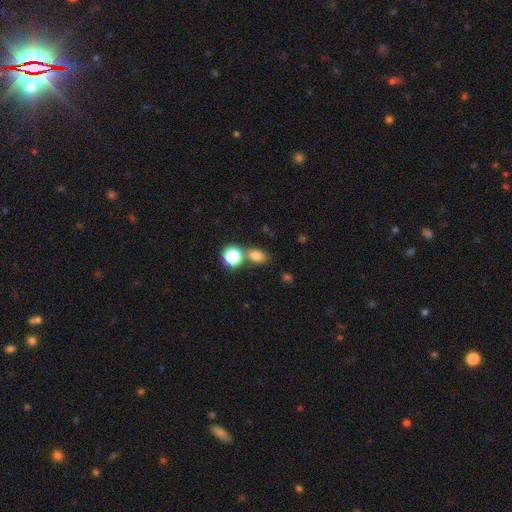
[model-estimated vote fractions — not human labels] Morphology: type=smooth (75%); roundness=in between (65%); merging=none (64%).